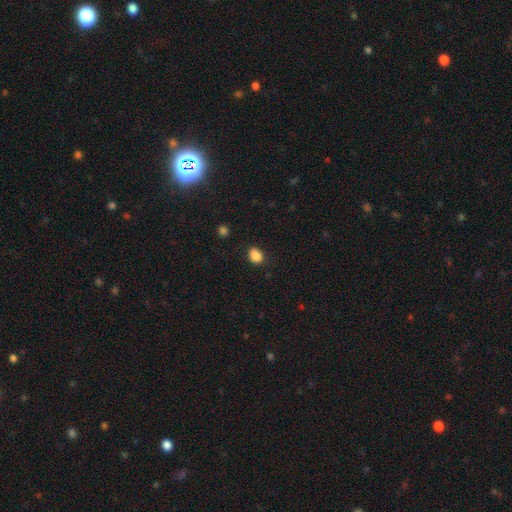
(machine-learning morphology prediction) This appears to be a smooth galaxy with no disk features (87%) that is in between round and cigar-shaped (62%). Merging: none (78%).